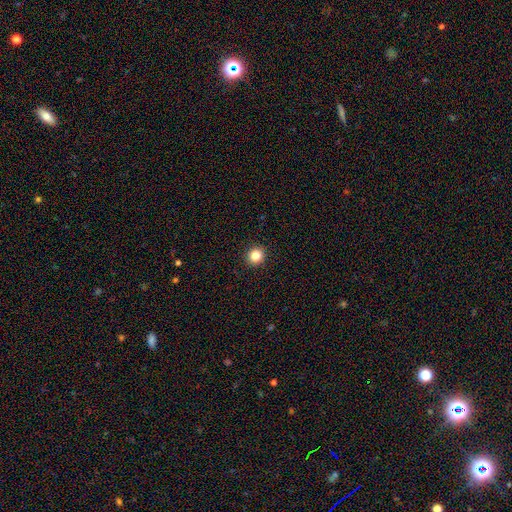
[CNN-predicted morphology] smooth-or-featured: smooth: 84% | star or artifact: 11% | featured or disk: 5%
  how-rounded: round: 89% | in between: 10% | cigar-shaped: 1%
  merging: none: 93% | minor disturbance: 5% | major disturbance: 2% | merger: 1%